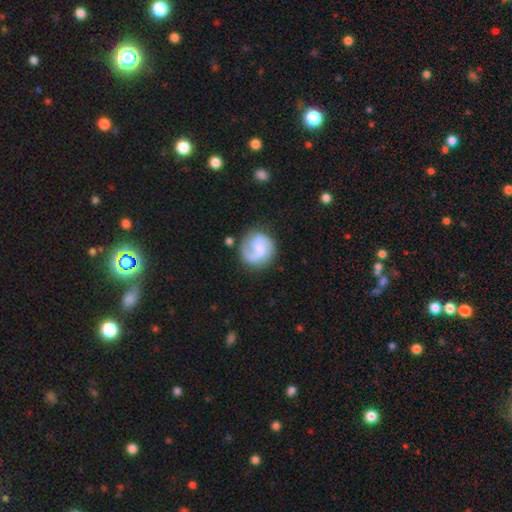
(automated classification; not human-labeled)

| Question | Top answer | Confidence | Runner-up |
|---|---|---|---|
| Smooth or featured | featured or disk | 72% | smooth (22%) |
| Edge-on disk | no | 98% | yes (2%) |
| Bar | weak | 48% | no (40%) |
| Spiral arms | yes | 93% | no (7%) |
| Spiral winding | medium | 47% | loose (31%) |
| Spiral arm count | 2 | 72% | 1 (18%) |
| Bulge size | small | 35% | none (28%) |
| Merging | none | 71% | minor disturbance (16%) |